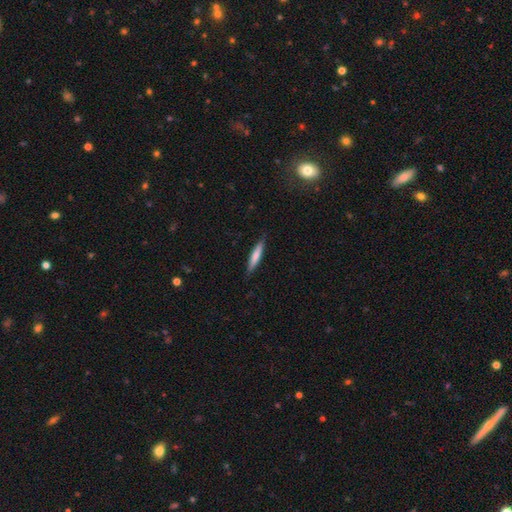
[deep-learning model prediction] smooth 73%, featured or disk 22%, star or artifact 5%. Down the decision tree: how rounded — cigar-shaped (89%); merging — none (87%).